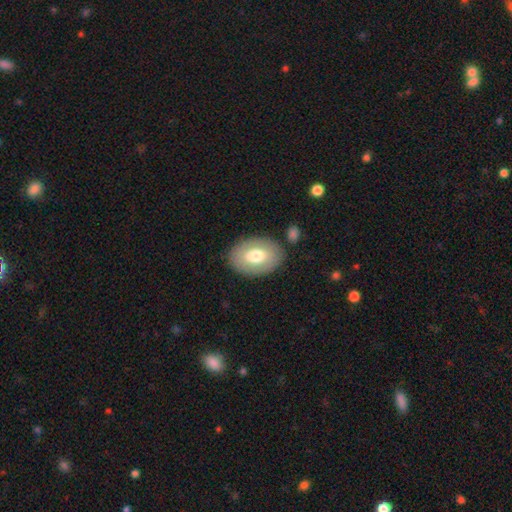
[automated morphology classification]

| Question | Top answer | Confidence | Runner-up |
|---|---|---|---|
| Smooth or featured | smooth | 65% | featured or disk (29%) |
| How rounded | in between | 84% | round (15%) |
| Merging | none | 81% | minor disturbance (11%) |